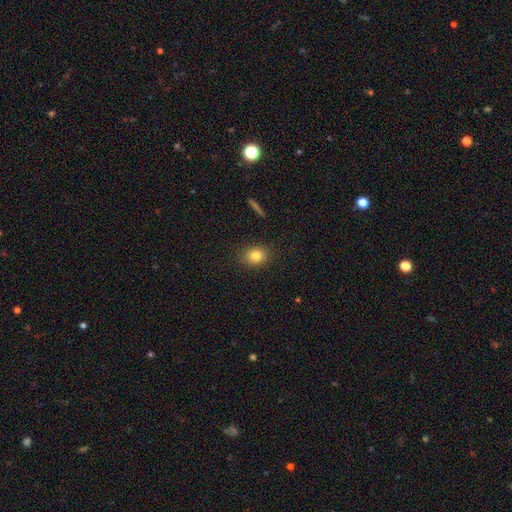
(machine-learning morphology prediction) This is clearly a smooth galaxy (81%). How rounded: likely round (60%). Merging: clearly none (87%).